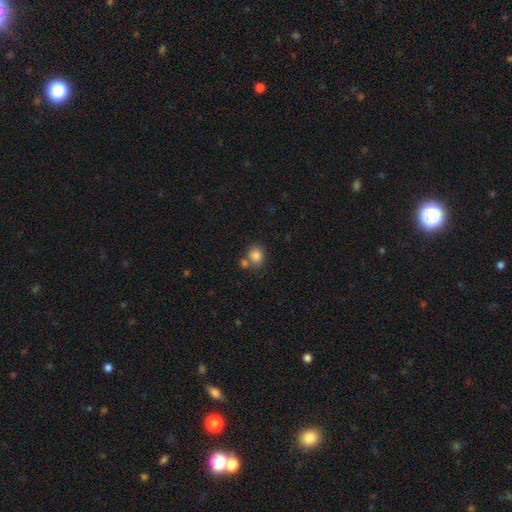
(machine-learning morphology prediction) Overall: smooth (83%). How rounded: round (72%). Merging: none (59%; merger 26%).